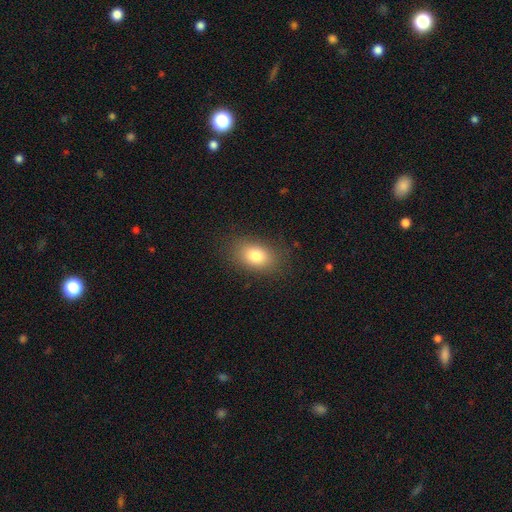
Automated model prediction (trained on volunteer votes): This appears to be a smooth galaxy with no disk features (80%) that is in between round and cigar-shaped (81%). Merging: none (83%).